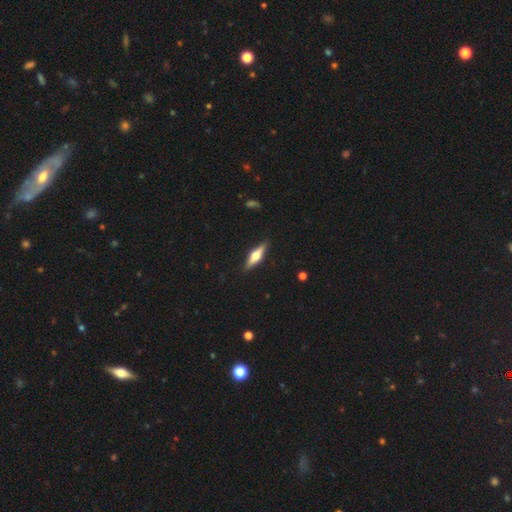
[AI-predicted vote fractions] A featured or disk galaxy (57%) viewed edge-on (95%) with a rounded central bulge (94%). Merging: none (89%).